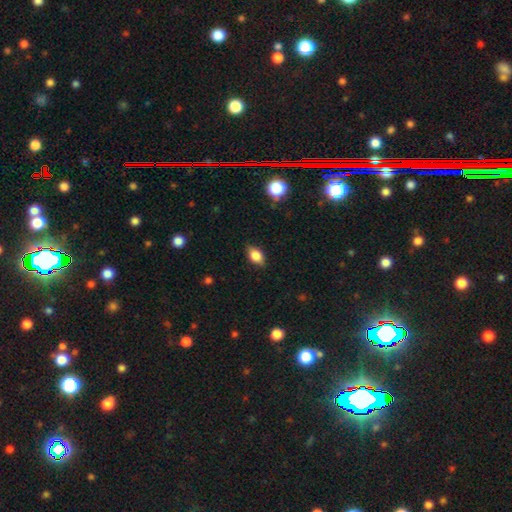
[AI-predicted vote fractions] Morphology: type=smooth (73%); roundness=in between (79%); merging=none (81%).